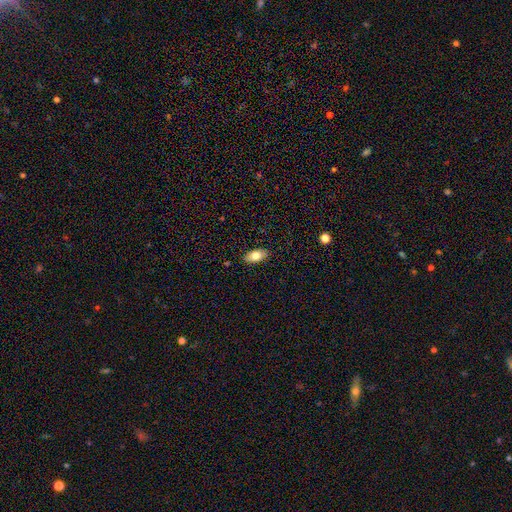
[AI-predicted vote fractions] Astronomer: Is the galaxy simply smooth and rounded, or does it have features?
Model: smooth — 79%.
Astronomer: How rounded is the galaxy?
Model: in between — 91%.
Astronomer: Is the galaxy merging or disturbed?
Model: none — 87%.